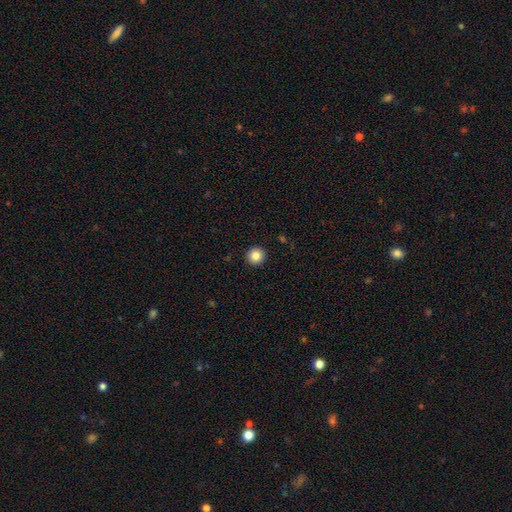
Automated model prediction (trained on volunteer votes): Morphology: type=smooth (84%); roundness=round (95%); merging=none (93%).